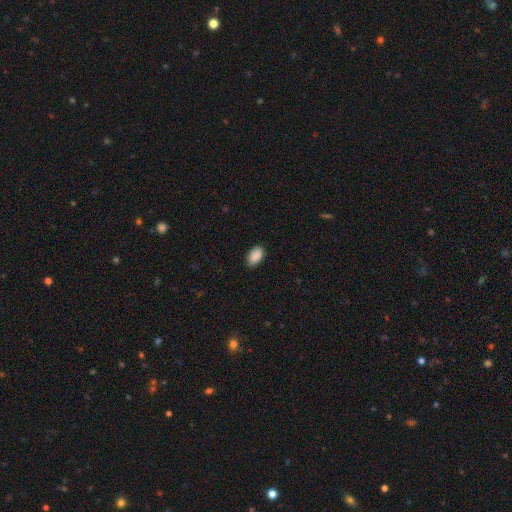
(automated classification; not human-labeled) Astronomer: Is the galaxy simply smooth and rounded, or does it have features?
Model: smooth — 90%.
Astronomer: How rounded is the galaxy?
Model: in between — 93%.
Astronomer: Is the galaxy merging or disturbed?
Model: none — 86%.